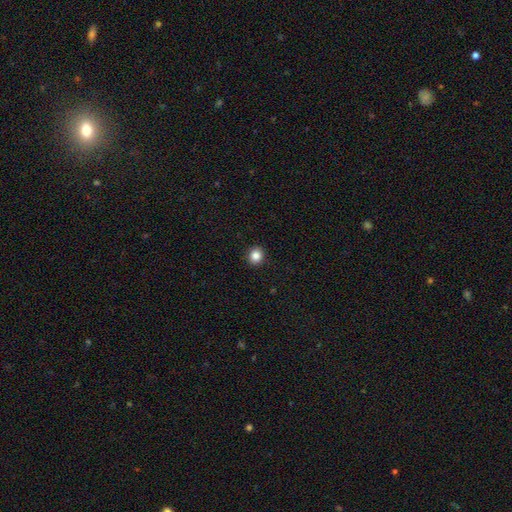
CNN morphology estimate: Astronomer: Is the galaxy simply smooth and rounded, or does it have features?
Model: smooth — 85%.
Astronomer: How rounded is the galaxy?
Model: round — 85%.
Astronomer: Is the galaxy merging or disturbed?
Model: none — 93%.